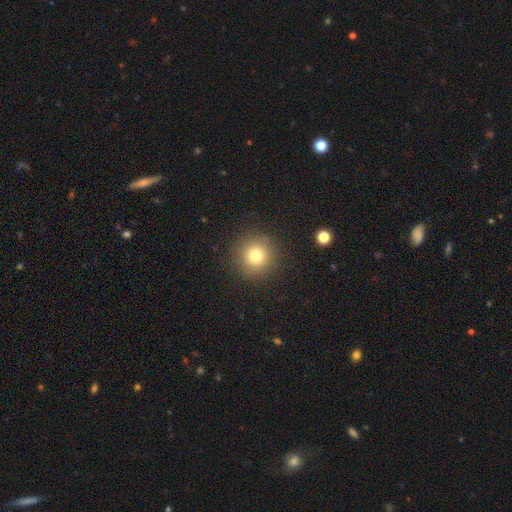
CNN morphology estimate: smooth_or_featured: smooth (p=0.79) [alt: star or artifact p=0.13]
how_rounded: round (p=0.94) [alt: in between p=0.05]
merging: none (p=0.90) [alt: minor disturbance p=0.06]